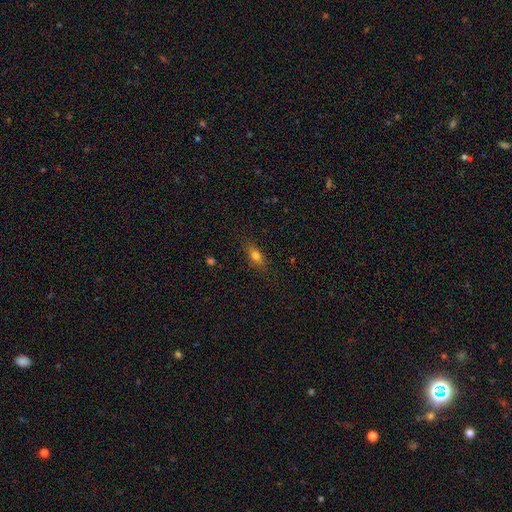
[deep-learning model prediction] This is likely a smooth galaxy (76%). How rounded: likely in between (75%). Merging: clearly none (83%).